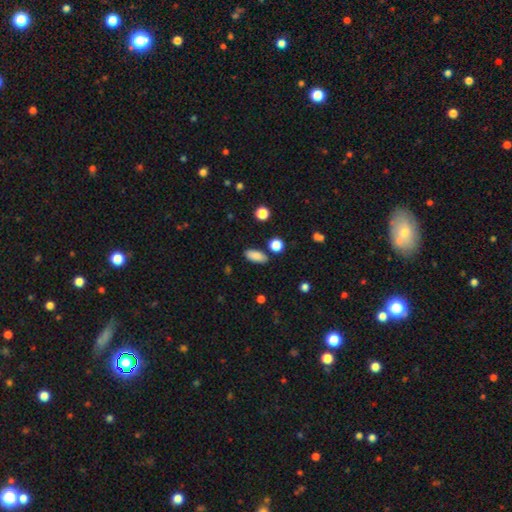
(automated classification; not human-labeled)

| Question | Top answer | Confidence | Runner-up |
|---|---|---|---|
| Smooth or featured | smooth | 86% | star or artifact (9%) |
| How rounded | in between | 83% | cigar-shaped (12%) |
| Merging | none | 84% | minor disturbance (10%) |